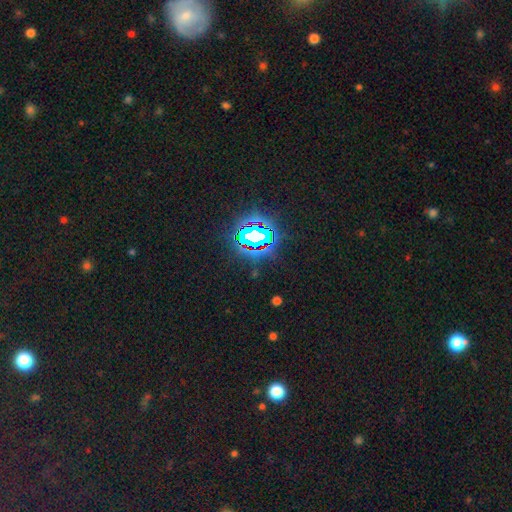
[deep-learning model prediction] Overall: star or artifact (81%).